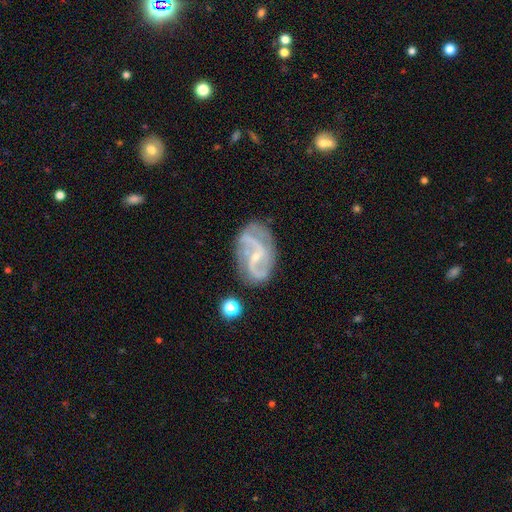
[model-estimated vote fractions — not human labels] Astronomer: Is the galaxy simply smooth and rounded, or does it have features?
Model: featured or disk — 87%.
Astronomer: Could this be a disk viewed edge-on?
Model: no — 97%.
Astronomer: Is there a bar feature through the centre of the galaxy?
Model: weak — 46% (runner-up: no, 32%).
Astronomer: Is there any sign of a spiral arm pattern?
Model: yes — 95%.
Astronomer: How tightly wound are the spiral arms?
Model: medium — 43% (runner-up: loose, 42%).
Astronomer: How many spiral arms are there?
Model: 2 — 76%.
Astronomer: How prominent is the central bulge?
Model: small — 76%.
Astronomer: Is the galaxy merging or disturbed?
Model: none — 69%.